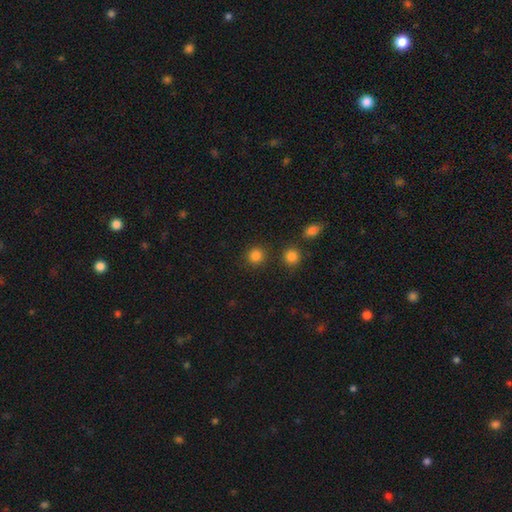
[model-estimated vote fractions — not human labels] This is clearly a smooth galaxy (84%). How rounded: clearly round (91%). Merging: clearly none (85%).